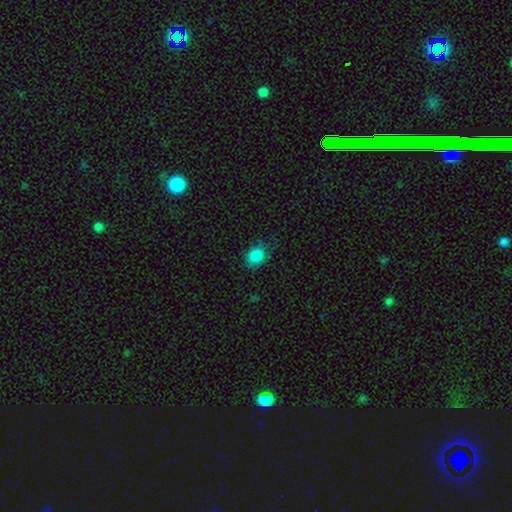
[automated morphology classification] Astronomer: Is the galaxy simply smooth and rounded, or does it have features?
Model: smooth — 87%.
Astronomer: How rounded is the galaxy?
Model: in between — 54% (runner-up: round, 45%).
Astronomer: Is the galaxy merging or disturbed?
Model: none — 77%.